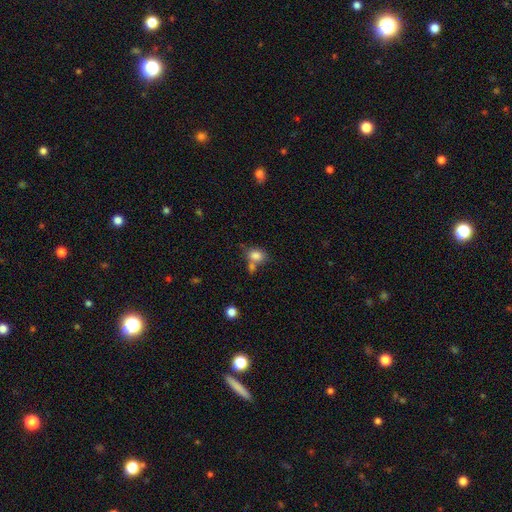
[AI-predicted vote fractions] smooth 82%, star or artifact 10%, featured or disk 8%. Down the decision tree: how rounded — in between (64%); merging — none (47%).